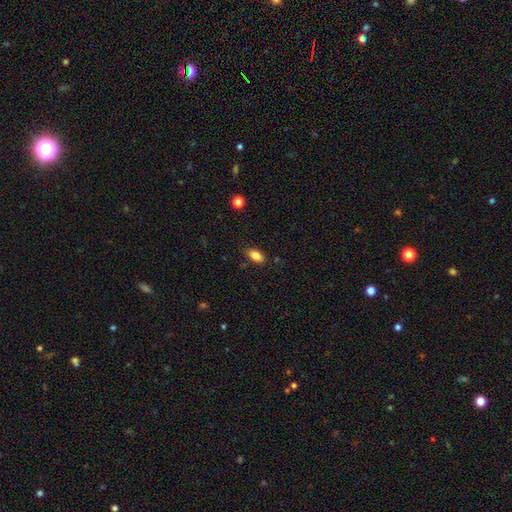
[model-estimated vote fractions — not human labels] smooth_or_featured: smooth (p=0.84) [alt: star or artifact p=0.09]
how_rounded: in between (p=0.90) [alt: cigar-shaped p=0.06]
merging: none (p=0.85) [alt: minor disturbance p=0.11]